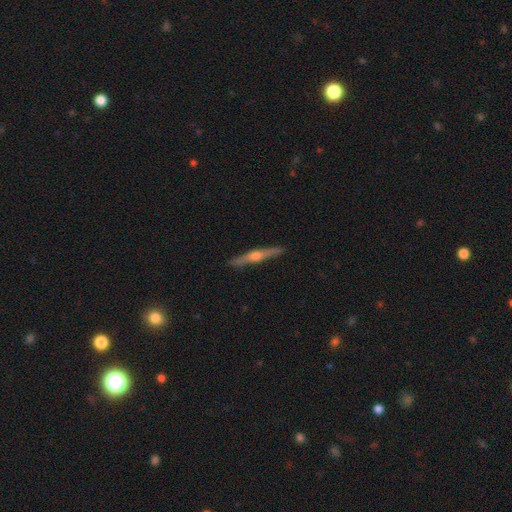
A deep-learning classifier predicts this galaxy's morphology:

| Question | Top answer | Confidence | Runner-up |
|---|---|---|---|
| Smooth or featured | featured or disk | 78% | smooth (17%) |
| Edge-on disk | yes | 98% | no (2%) |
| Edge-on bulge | rounded | 88% | boxy (7%) |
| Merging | none | 91% | minor disturbance (7%) |